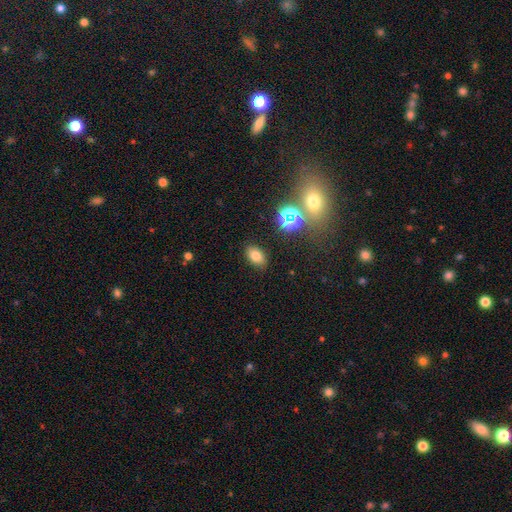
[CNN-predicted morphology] smooth 75%, star or artifact 17%, featured or disk 8%. Down the decision tree: how rounded — in between (86%); merging — none (85%).